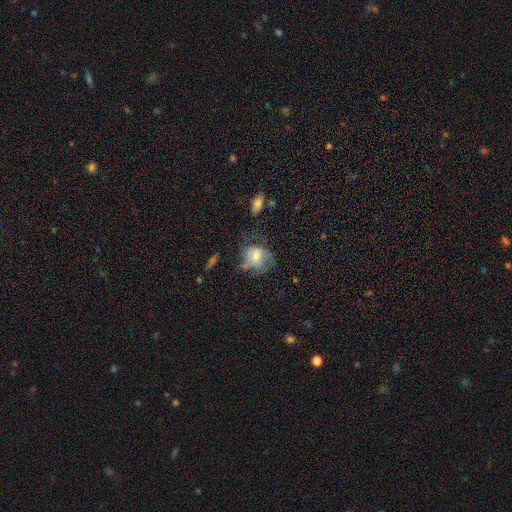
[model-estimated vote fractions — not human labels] This appears to be a smooth galaxy with no disk features (51%) that is round (60%). Merging: none (45%).